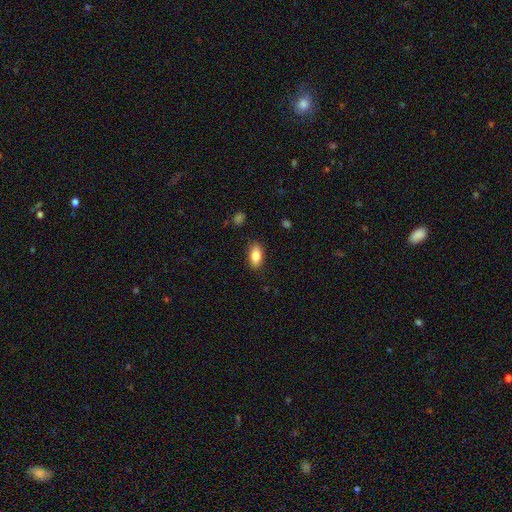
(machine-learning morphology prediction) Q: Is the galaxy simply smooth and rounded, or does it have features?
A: smooth — 84%.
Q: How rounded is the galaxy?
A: in between — 89%.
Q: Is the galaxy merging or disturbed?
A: none — 86%.